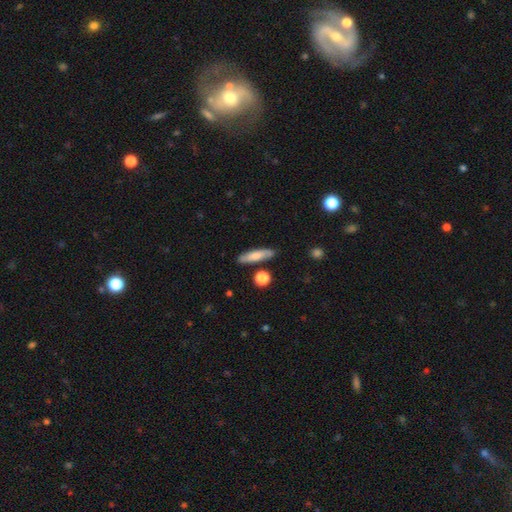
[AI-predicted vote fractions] Smooth or featured? Predicted: smooth (p=0.71). How rounded? Predicted: cigar-shaped (p=0.76). Merging? Predicted: none (p=0.82).